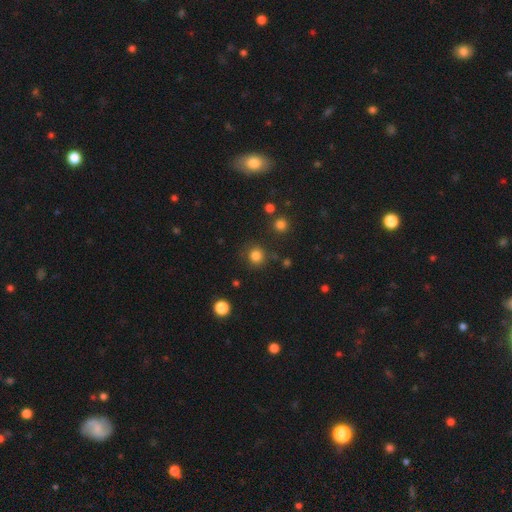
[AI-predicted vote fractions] A smooth galaxy with no disk features (82%) that is round (92%). Merging: none (86%).